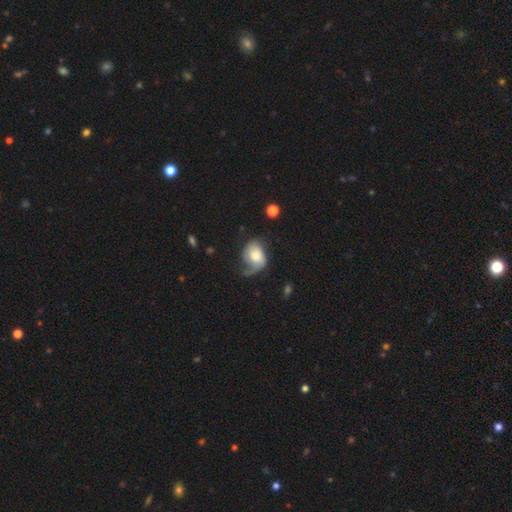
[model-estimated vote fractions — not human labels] featured or disk 53%, smooth 40%, star or artifact 7%. Down the decision tree: edge-on disk — no (97%); bar — no (69%); spiral arms — yes (83%); bulge size — moderate (47%); merging — major disturbance (35%).